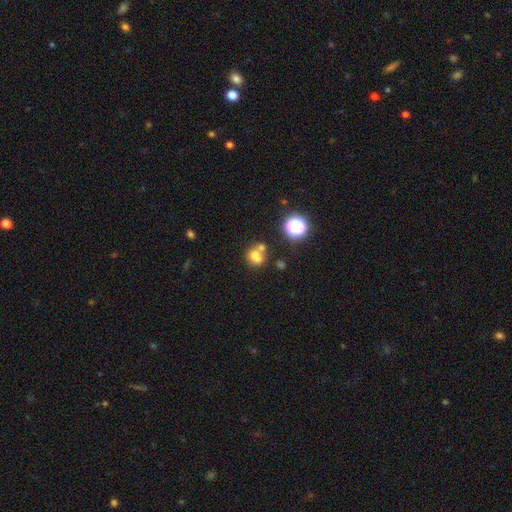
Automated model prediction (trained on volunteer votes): Overall: smooth (68%). How rounded: round (65%; in between 33%). Merging: merger (43%; none 41%).